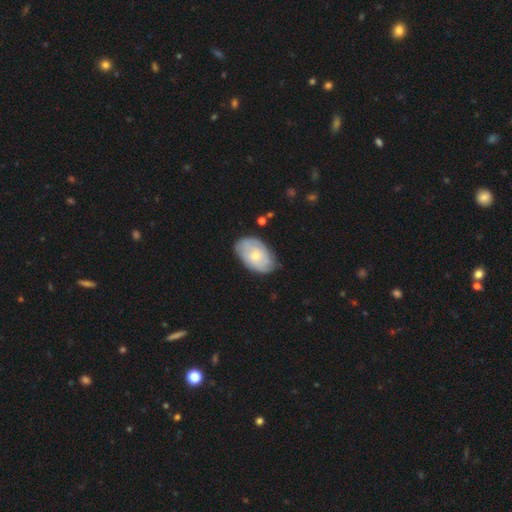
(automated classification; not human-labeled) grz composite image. It shows a smooth galaxy with no disk features (51%) that is in between round and cigar-shaped (89%). Merging: none (73%).